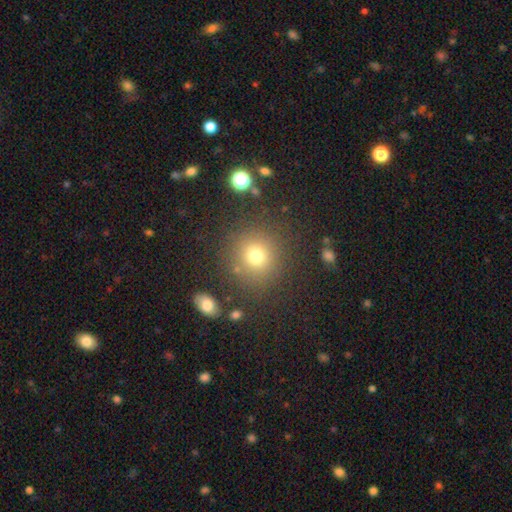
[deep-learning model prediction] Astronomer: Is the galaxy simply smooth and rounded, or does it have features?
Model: smooth — 74%.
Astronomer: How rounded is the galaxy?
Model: round — 90%.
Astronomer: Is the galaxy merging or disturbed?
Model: none — 84%.